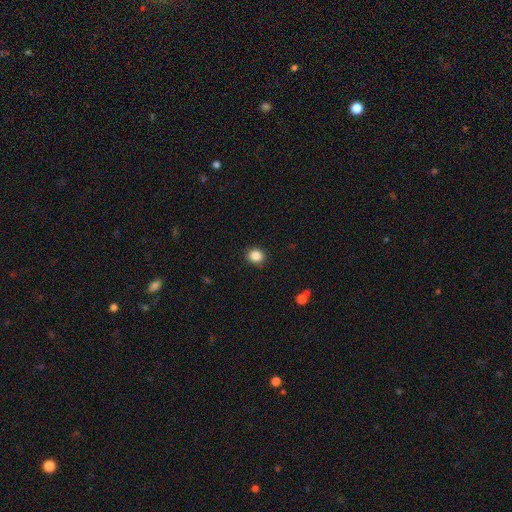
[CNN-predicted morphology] Overall: smooth (87%). How rounded: round (79%). Merging: none (89%).